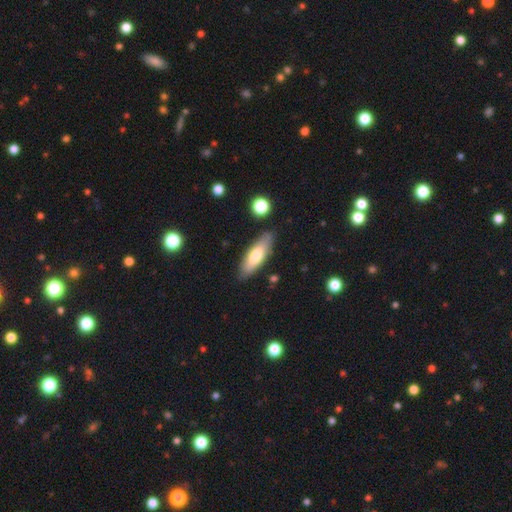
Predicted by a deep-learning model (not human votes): Smooth or featured? Predicted: smooth (p=0.69). How rounded? Predicted: in between (p=0.57). Merging? Predicted: none (p=0.83).